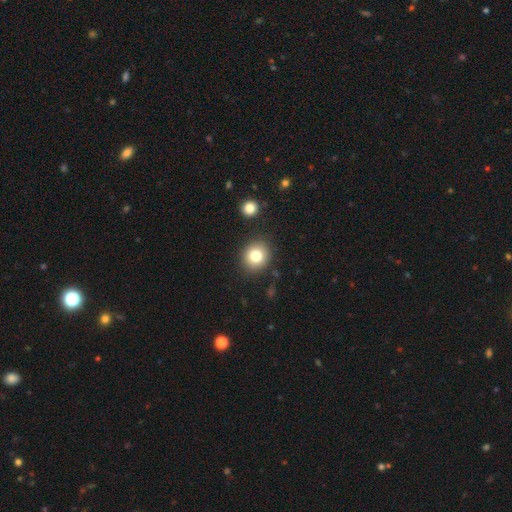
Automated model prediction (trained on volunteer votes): A smooth galaxy with no disk features (79%) that is round (85%). Merging: none (86%).